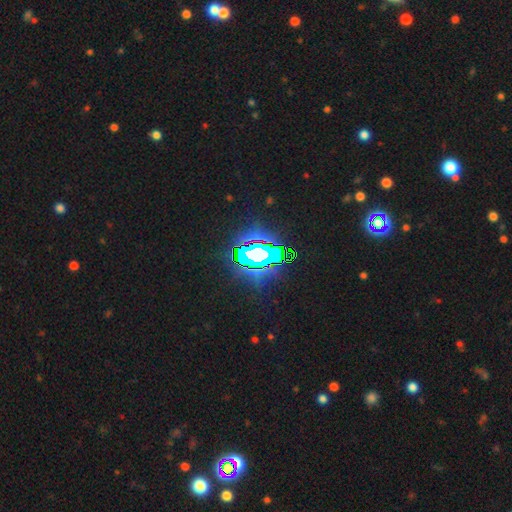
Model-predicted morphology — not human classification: Smooth or featured? star or artifact (70%)